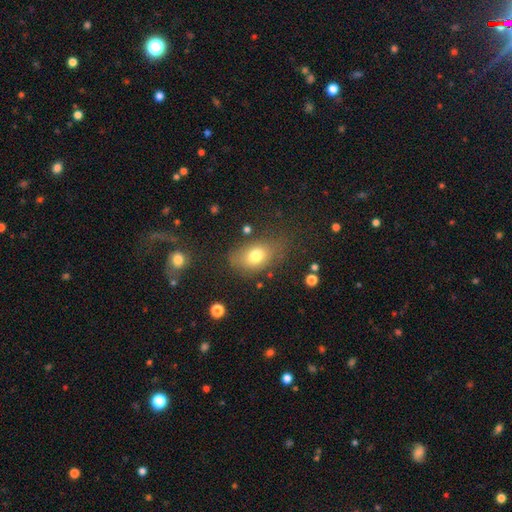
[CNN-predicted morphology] smooth-or-featured: smooth: 76% | featured or disk: 13% | star or artifact: 11%
  how-rounded: in between: 78% | round: 20% | cigar-shaped: 2%
  merging: none: 63% | minor disturbance: 23% | major disturbance: 11% | merger: 4%